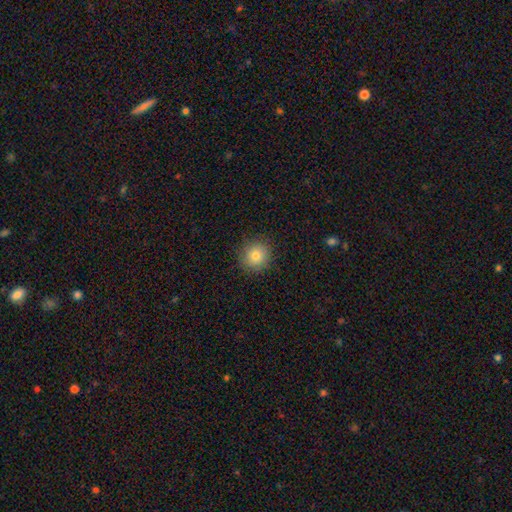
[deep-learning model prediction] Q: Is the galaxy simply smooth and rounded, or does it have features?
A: smooth — 81%.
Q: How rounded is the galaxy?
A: round — 92%.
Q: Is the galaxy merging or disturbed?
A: none — 89%.